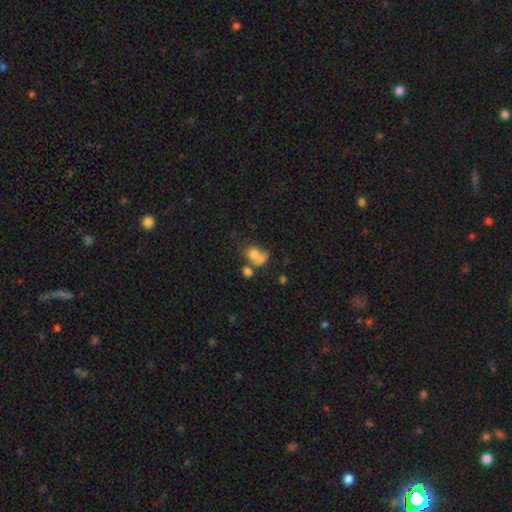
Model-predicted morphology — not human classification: Smooth or featured: smooth — 70% (featured or disk — 18%)
How rounded: round — 54% (in between — 44%)
Merging: merger — 57% (none — 24%)